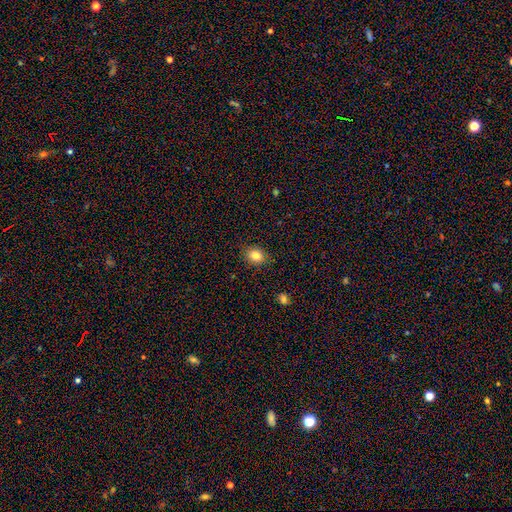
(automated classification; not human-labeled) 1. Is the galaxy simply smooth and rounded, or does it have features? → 83% smooth, 10% star or artifact, 7% featured or disk.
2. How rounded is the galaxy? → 55% in between, 44% round, 1% cigar-shaped.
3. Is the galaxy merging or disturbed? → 87% none, 10% minor disturbance, 2% major disturbance, 1% merger.